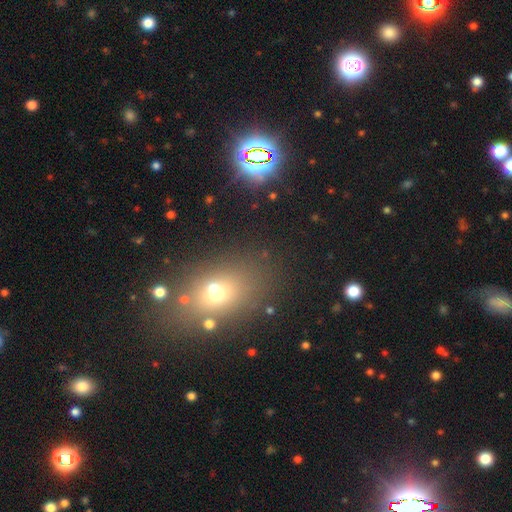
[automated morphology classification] Smooth or featured: smooth — 52% (star or artifact — 34%)
How rounded: in between — 64% (round — 32%)
Merging: none — 82% (minor disturbance — 9%)